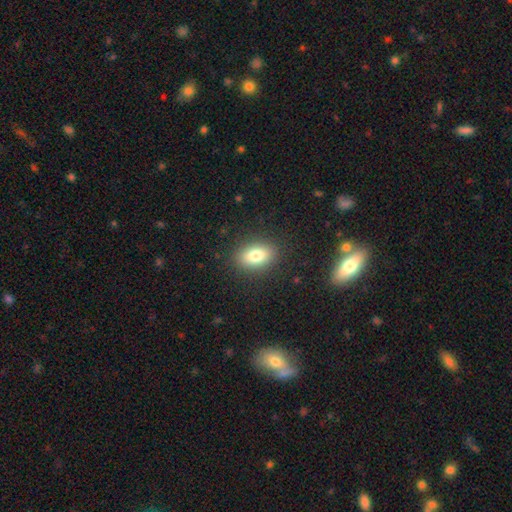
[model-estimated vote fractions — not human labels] A smooth galaxy with no disk features (79%) that is in between round and cigar-shaped (83%).

Vote fractions:
- Smooth or featured? smooth: 79% / featured or disk: 12% / star or artifact: 9%
- How rounded? in between: 83% / round: 14% / cigar-shaped: 3%
- Merging? none: 87% / minor disturbance: 9% / major disturbance: 3% / merger: 1%